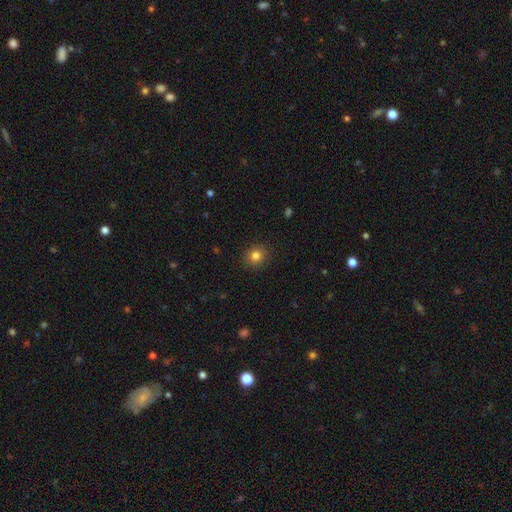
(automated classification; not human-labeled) Overall: smooth (81%). How rounded: round (84%). Merging: none (90%).